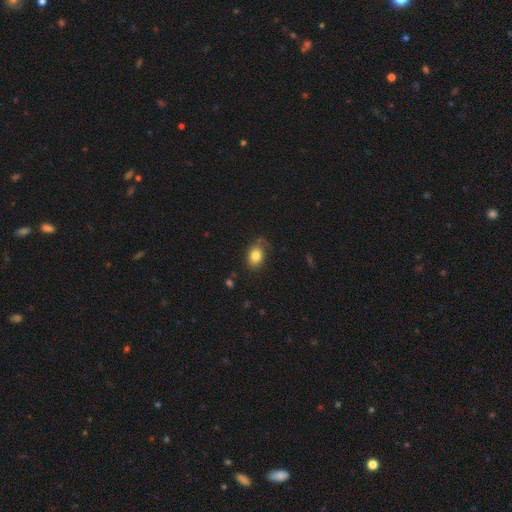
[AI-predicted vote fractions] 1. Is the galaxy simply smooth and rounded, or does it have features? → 81% smooth, 10% featured or disk, 9% star or artifact.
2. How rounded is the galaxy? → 73% in between, 26% round, 1% cigar-shaped.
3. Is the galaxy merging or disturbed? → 70% none, 21% minor disturbance, 7% major disturbance, 2% merger.